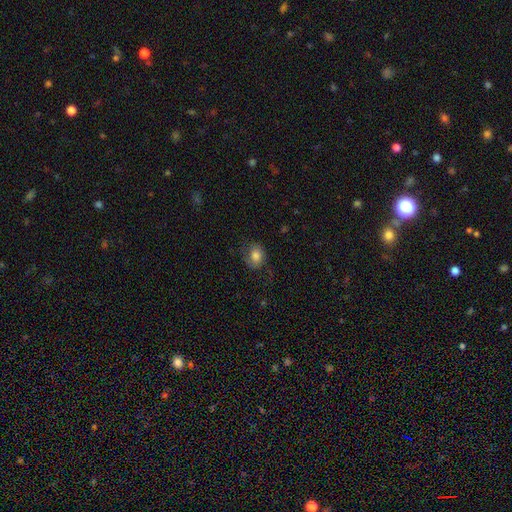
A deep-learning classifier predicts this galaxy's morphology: Overall: smooth (69%). How rounded: in between (53%; round 46%). Merging: none (60%; minor disturbance 23%).